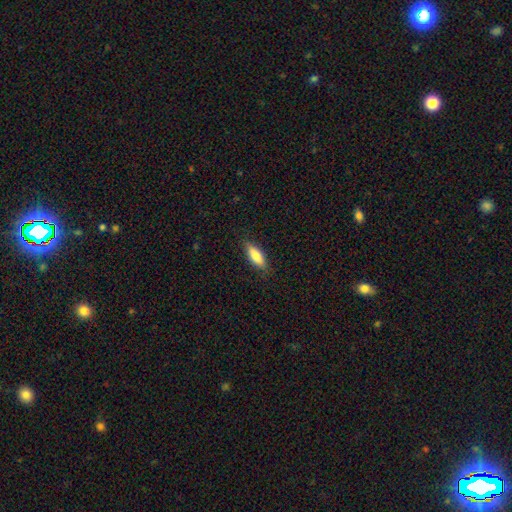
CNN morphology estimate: smooth 81%, featured or disk 13%, star or artifact 6%. Down the decision tree: how rounded — in between (61%); merging — none (85%).